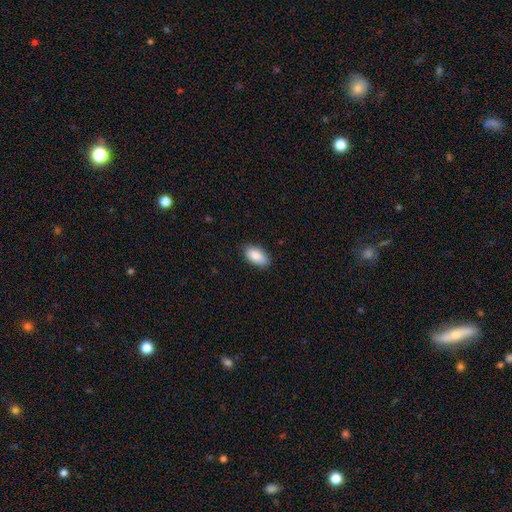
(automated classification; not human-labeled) smooth-or-featured: smooth: 88% | star or artifact: 6% | featured or disk: 6%
  how-rounded: in between: 94% | round: 4% | cigar-shaped: 2%
  merging: none: 84% | minor disturbance: 12% | major disturbance: 2% | merger: 1%